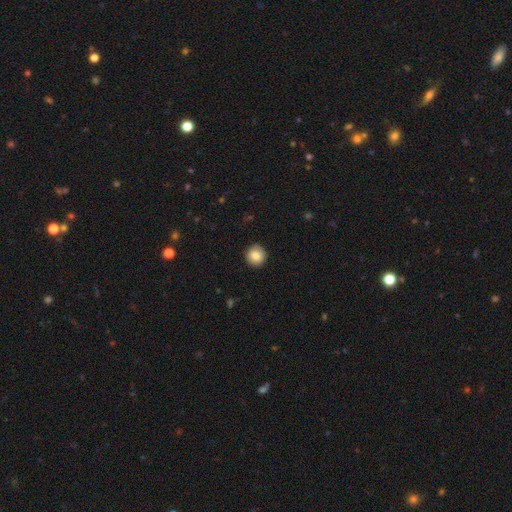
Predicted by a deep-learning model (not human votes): A smooth galaxy with no disk features (86%) that is round (93%). Merging: none (92%).